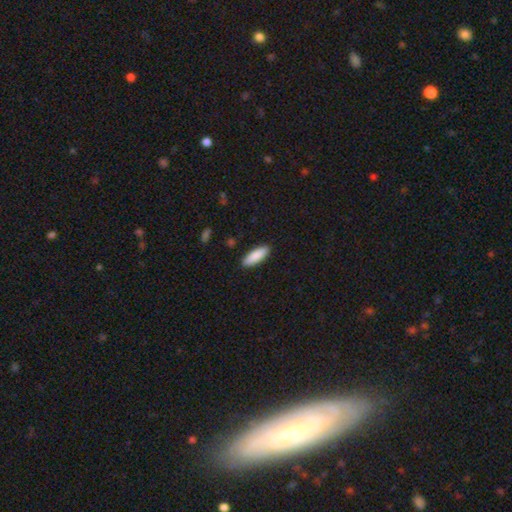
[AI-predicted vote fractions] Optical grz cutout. It shows a smooth galaxy with no disk features (87%) that is in between round and cigar-shaped (57%). Merging: none (90%).